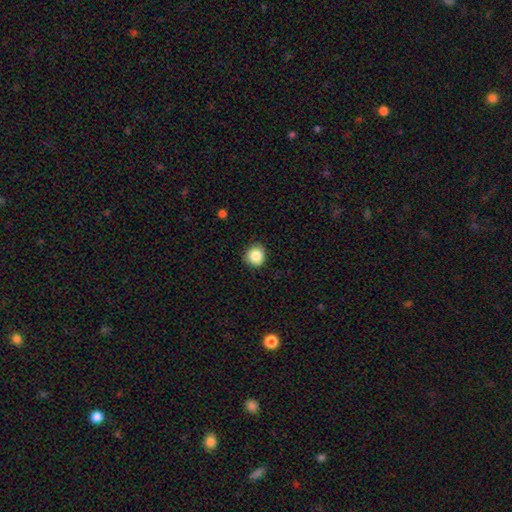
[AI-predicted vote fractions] smooth_or_featured: smooth (p=0.86) [alt: star or artifact p=0.10]
how_rounded: round (p=0.89) [alt: in between p=0.10]
merging: none (p=0.85) [alt: minor disturbance p=0.12]